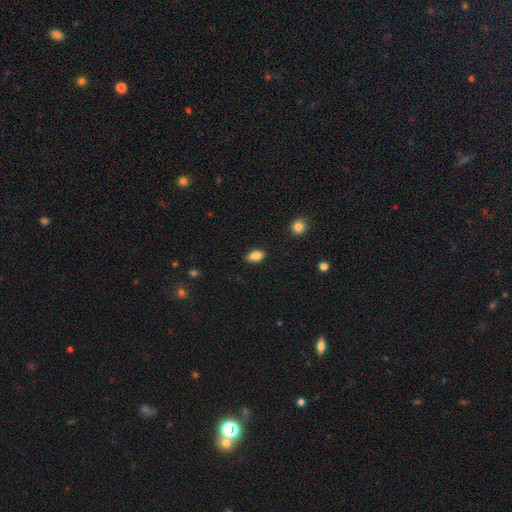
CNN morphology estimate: The model was most divided on "smooth or featured": smooth: 84%, star or artifact: 9%, featured or disk: 8%. More confident: how rounded — in between (88%); merging — none (87%).